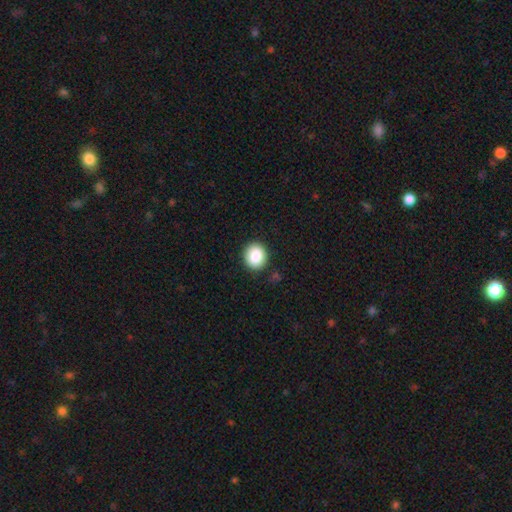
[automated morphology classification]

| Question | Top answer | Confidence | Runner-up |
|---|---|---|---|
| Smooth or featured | smooth | 87% | star or artifact (8%) |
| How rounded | round | 74% | in between (25%) |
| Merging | none | 89% | minor disturbance (8%) |